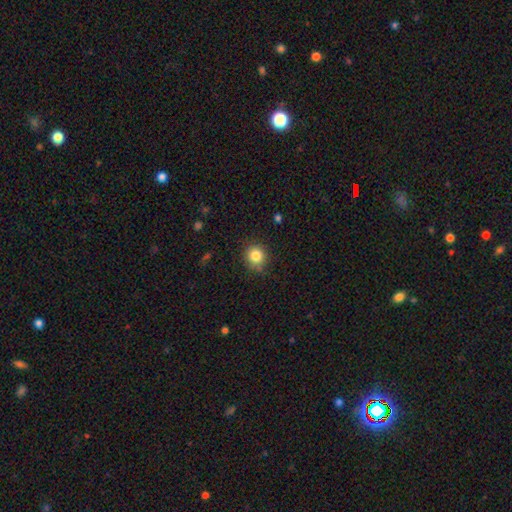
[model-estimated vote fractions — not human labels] Q: Smooth or featured?
A: smooth (84%); runner-up: star or artifact (11%)
Q: How rounded?
A: round (86%); runner-up: in between (13%)
Q: Merging?
A: none (83%); runner-up: minor disturbance (12%)